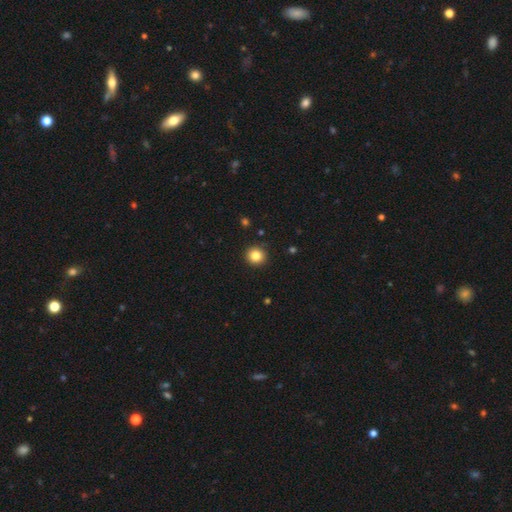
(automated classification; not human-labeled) Smooth or featured? smooth (84%)
How rounded? round (94%)
Merging? none (92%)